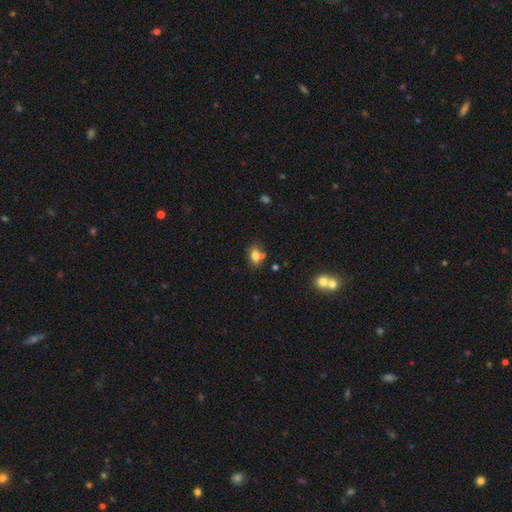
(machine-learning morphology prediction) smooth-or-featured: smooth: 70% | featured or disk: 18% | star or artifact: 12%
  how-rounded: in between: 72% | round: 24% | cigar-shaped: 4%
  merging: none: 49% | merger: 31% | minor disturbance: 14% | major disturbance: 5%